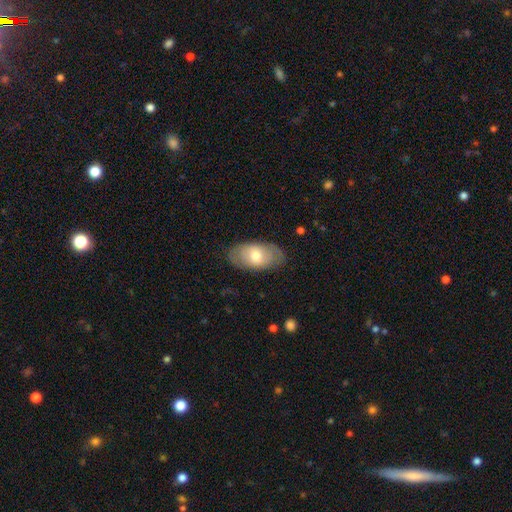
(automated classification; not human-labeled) Morphology: type=smooth (59%); roundness=in between (93%); merging=none (79%).